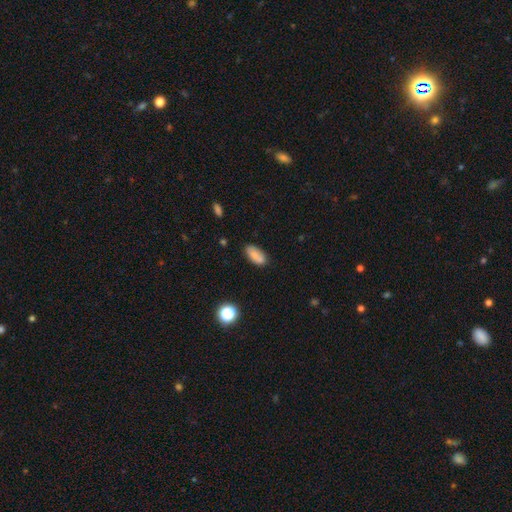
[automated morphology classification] type=smooth (75%); roundness=in between (88%); merging=none (67%).